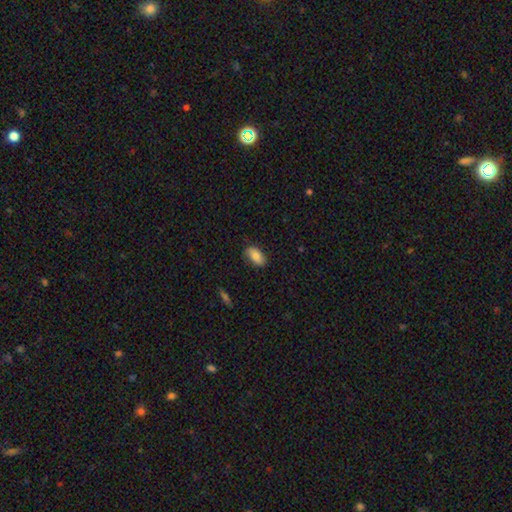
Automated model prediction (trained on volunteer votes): A smooth galaxy with no disk features (77%) that is in between round and cigar-shaped (91%).

Vote fractions:
- Smooth or featured? smooth: 77% / featured or disk: 16% / star or artifact: 7%
- How rounded? in between: 91% / cigar-shaped: 4% / round: 4%
- Merging? none: 77% / minor disturbance: 19% / major disturbance: 3% / merger: 1%